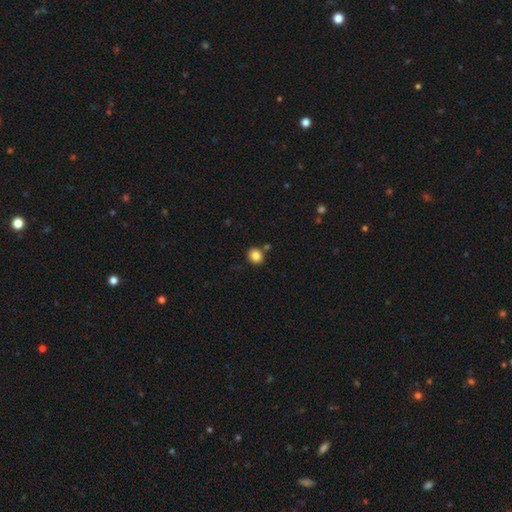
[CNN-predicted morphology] Q: Smooth or featured?
A: smooth (85%); runner-up: star or artifact (10%)
Q: How rounded?
A: round (77%); runner-up: in between (22%)
Q: Merging?
A: none (78%); runner-up: merger (10%)